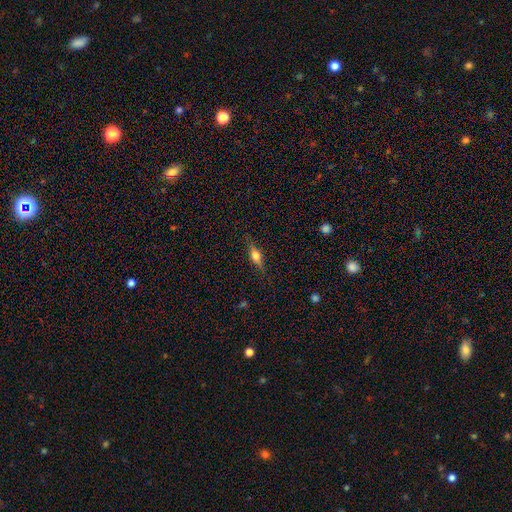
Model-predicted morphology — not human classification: Smooth or featured: smooth — 49% (featured or disk — 42%)
Merging: none — 83% (minor disturbance — 12%)